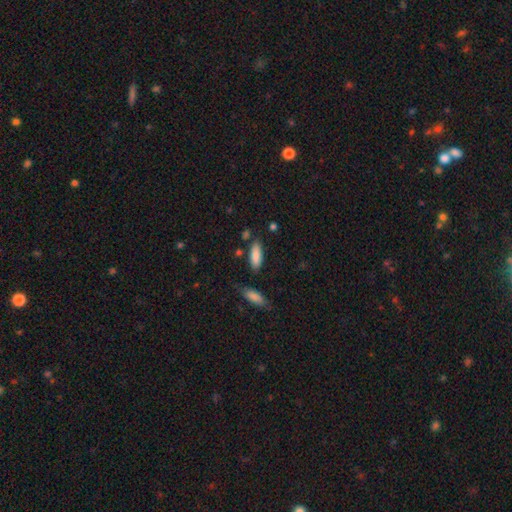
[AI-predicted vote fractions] Smooth or featured: smooth — 87% (featured or disk — 7%)
How rounded: in between — 68% (cigar-shaped — 30%)
Merging: none — 78% (minor disturbance — 14%)